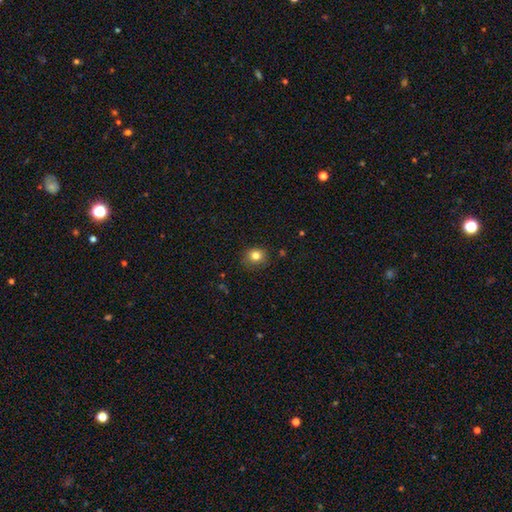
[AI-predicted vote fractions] Smooth or featured: smooth — 82% (star or artifact — 12%)
How rounded: round — 76% (in between — 23%)
Merging: none — 80% (minor disturbance — 15%)